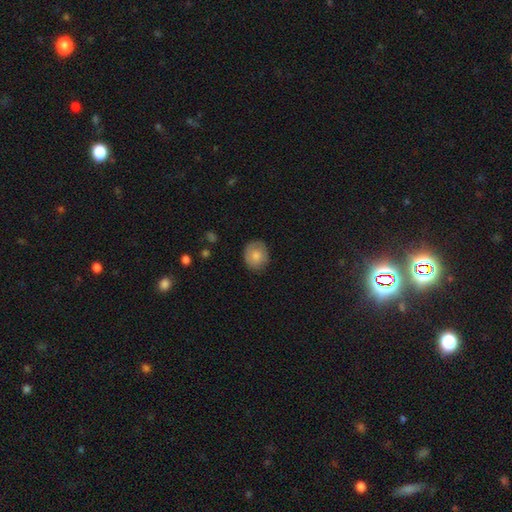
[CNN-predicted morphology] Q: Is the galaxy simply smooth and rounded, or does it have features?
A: smooth — 75%.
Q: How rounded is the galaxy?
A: round — 70%.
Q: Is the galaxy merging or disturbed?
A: none — 79%.